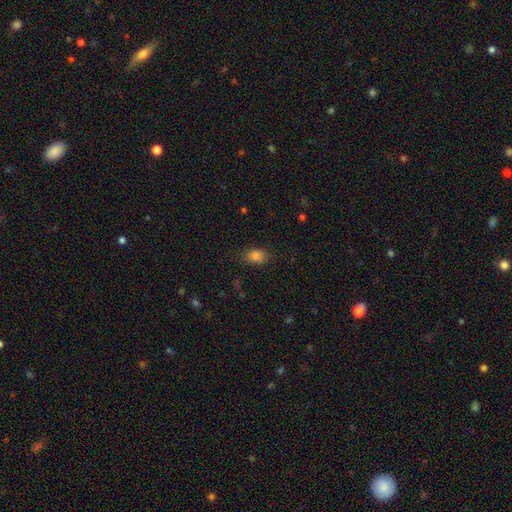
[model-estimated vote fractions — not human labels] smooth_or_featured: smooth (p=0.82) [alt: star or artifact p=0.12]
how_rounded: in between (p=0.76) [alt: round p=0.22]
merging: none (p=0.75) [alt: minor disturbance p=0.18]